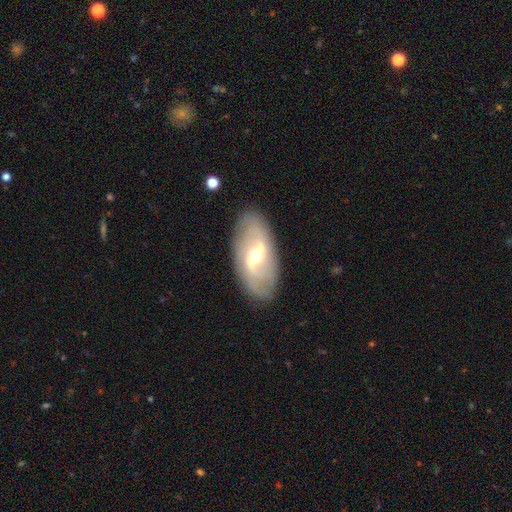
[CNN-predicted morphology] Smooth or featured: featured or disk — 75% (smooth — 19%)
Edge-on disk: no — 91% (yes — 9%)
Bar: weak — 48% (strong — 35%)
Spiral arms: yes — 74% (no — 26%)
Bulge size: moderate — 61% (small — 33%)
Merging: none — 84% (minor disturbance — 10%)